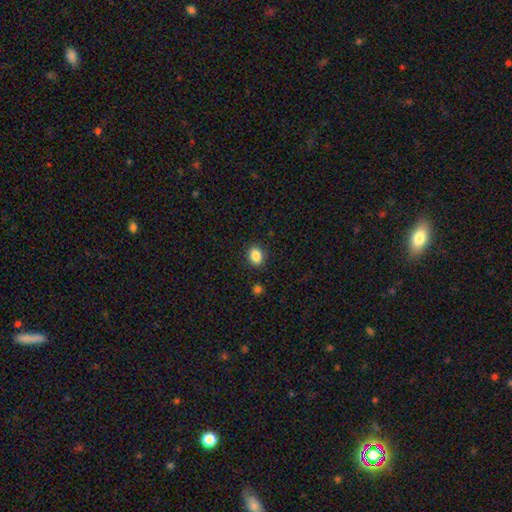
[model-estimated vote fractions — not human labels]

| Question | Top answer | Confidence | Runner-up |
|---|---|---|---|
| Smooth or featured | smooth | 86% | star or artifact (9%) |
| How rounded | in between | 55% | round (44%) |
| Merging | none | 89% | minor disturbance (7%) |